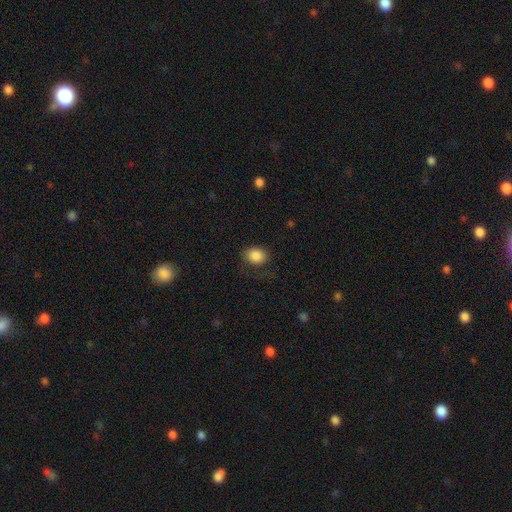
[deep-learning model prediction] The model was most divided on "how rounded": in between: 56%, round: 43%, cigar-shaped: 1%. More confident: smooth or featured — smooth (86%); merging — none (71%).